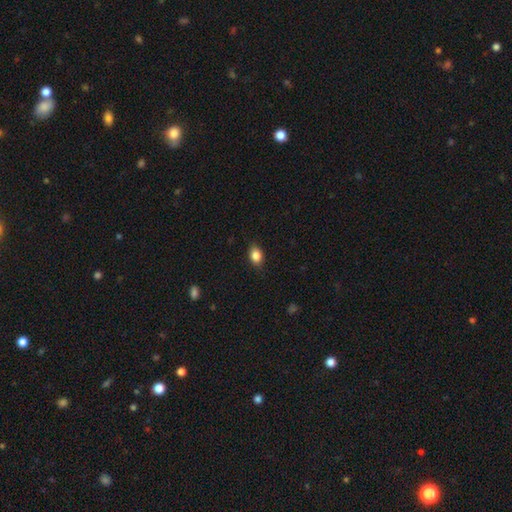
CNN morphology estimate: smooth_or_featured: smooth (p=0.85) [alt: star or artifact p=0.09]
how_rounded: in between (p=0.72) [alt: round p=0.26]
merging: none (p=0.85) [alt: minor disturbance p=0.12]